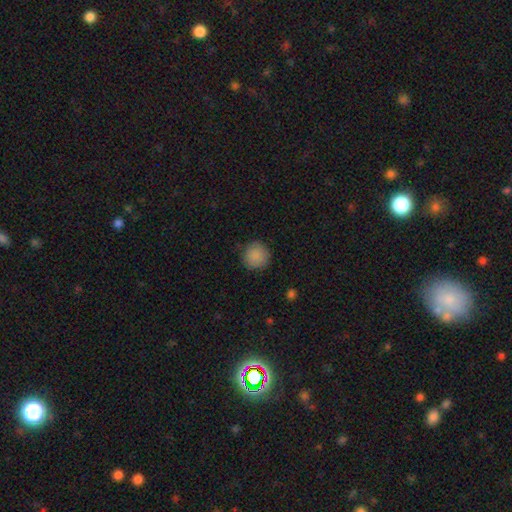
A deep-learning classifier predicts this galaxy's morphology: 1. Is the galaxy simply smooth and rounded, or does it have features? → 88% smooth, 8% star or artifact, 4% featured or disk.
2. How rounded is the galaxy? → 93% round, 6% in between, 1% cigar-shaped.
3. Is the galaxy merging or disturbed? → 87% none, 10% minor disturbance, 2% major disturbance, 1% merger.